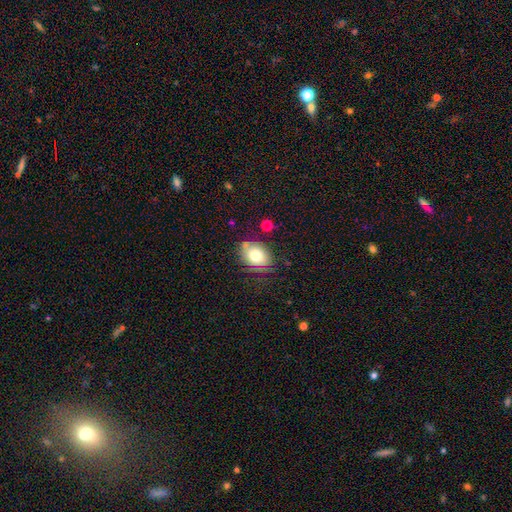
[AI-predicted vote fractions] Smooth or featured? smooth (72%)
How rounded? in between (63%)
Merging? none (72%)